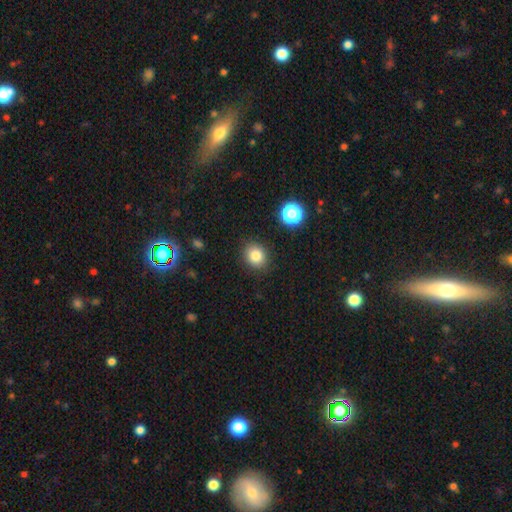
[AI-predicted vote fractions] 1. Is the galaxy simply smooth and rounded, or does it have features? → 83% smooth, 12% star or artifact, 6% featured or disk.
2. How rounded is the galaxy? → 74% round, 25% in between, 1% cigar-shaped.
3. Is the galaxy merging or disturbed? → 88% none, 8% minor disturbance, 2% major disturbance, 2% merger.